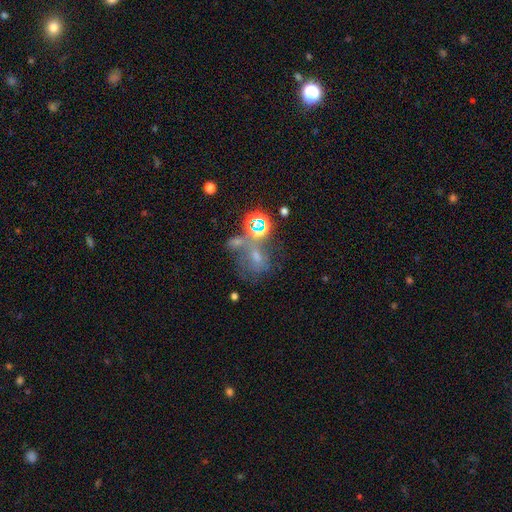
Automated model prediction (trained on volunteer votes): smooth-or-featured: star or artifact: 37% | smooth: 34% | featured or disk: 29%